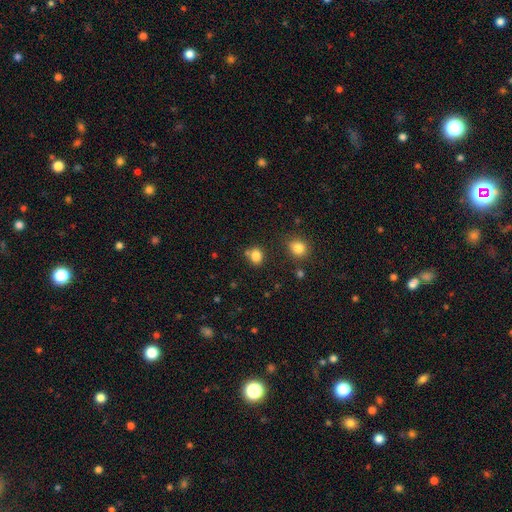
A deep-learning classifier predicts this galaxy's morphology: smooth_or_featured: smooth (p=0.82) [alt: star or artifact p=0.12]
how_rounded: round (p=0.63) [alt: in between p=0.36]
merging: none (p=0.70) [alt: minor disturbance p=0.14]